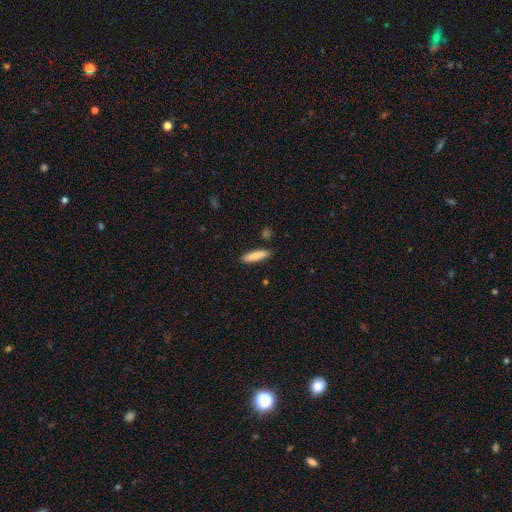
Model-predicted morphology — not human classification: Smooth or featured? Predicted: smooth (p=0.84). How rounded? Predicted: cigar-shaped (p=0.80). Merging? Predicted: none (p=0.87).